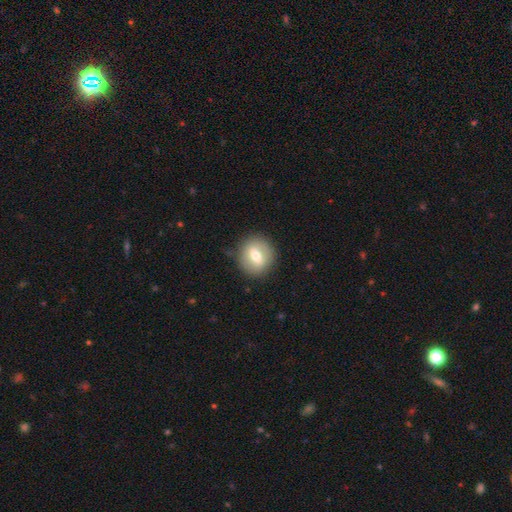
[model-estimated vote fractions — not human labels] smooth 57%, featured or disk 35%, star or artifact 8%. Down the decision tree: how rounded — round (85%); merging — none (87%).